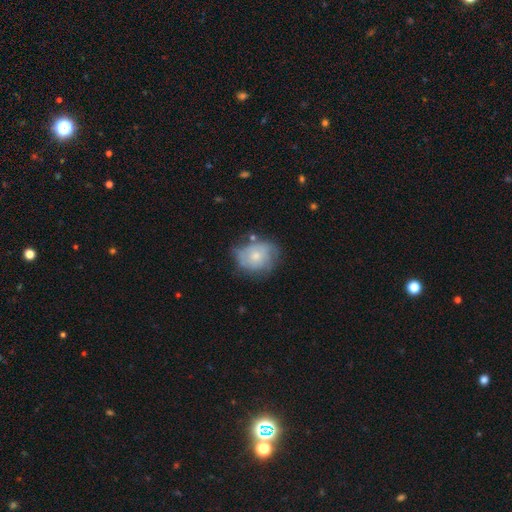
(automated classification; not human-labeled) smooth_or_featured: smooth (p=0.52) [alt: featured or disk p=0.41]
how_rounded: round (p=0.59) [alt: in between p=0.40]
merging: none (p=0.53) [alt: minor disturbance p=0.31]